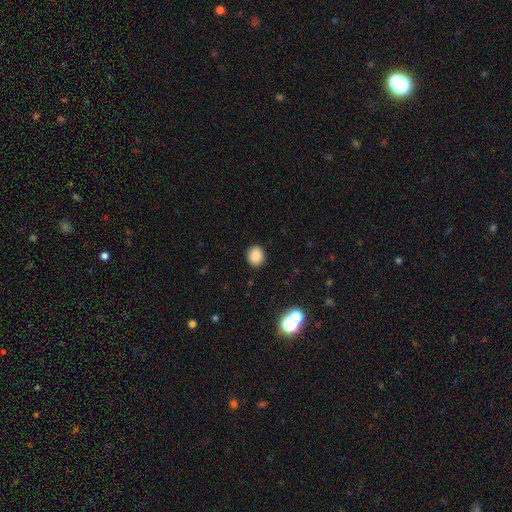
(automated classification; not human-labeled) Q: Smooth or featured?
A: smooth (85%); runner-up: star or artifact (10%)
Q: How rounded?
A: round (70%); runner-up: in between (29%)
Q: Merging?
A: none (91%); runner-up: minor disturbance (6%)